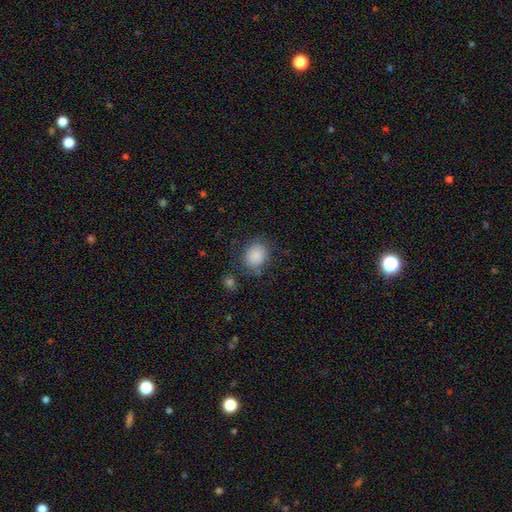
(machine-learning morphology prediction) This is clearly a smooth galaxy (86%). How rounded: likely round (63%). Merging: likely none (72%).